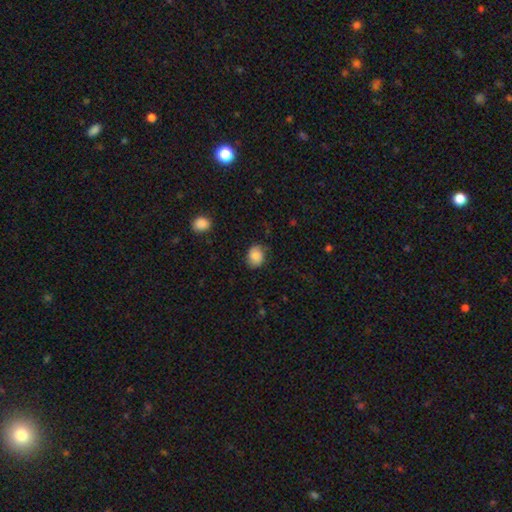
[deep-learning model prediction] Q: Smooth or featured?
A: smooth (85%); runner-up: star or artifact (8%)
Q: How rounded?
A: round (53%); runner-up: in between (46%)
Q: Merging?
A: none (74%); runner-up: minor disturbance (20%)